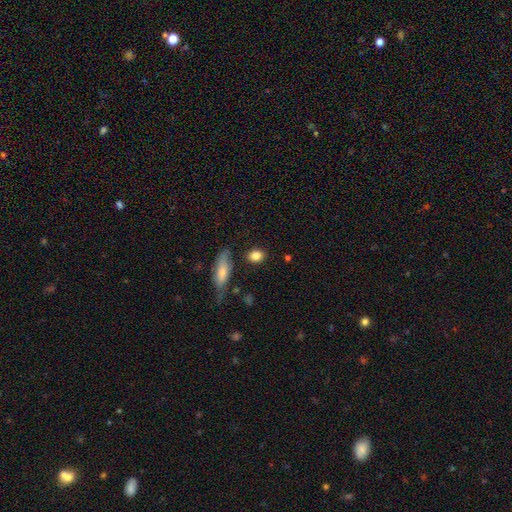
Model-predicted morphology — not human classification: smooth_or_featured: smooth (p=0.84) [alt: star or artifact p=0.08]
how_rounded: in between (p=0.50) [alt: round p=0.46]
merging: none (p=0.82) [alt: minor disturbance p=0.10]